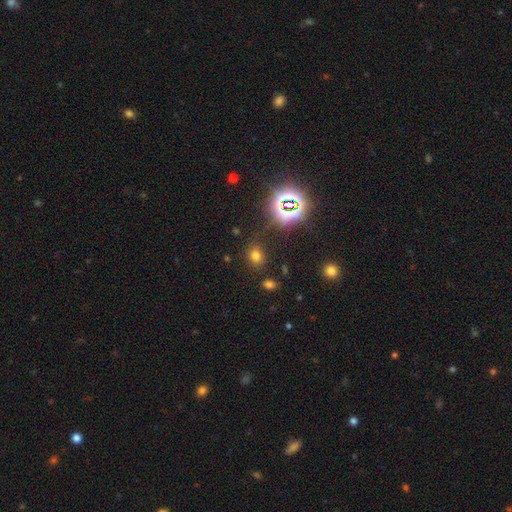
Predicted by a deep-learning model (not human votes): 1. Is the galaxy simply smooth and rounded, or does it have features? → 67% smooth, 26% star or artifact, 7% featured or disk.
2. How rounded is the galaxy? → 55% round, 43% in between, 1% cigar-shaped.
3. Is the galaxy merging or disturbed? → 80% none, 12% minor disturbance, 4% major disturbance, 4% merger.